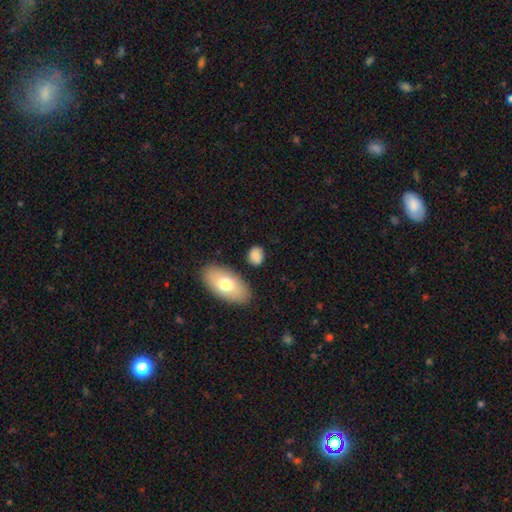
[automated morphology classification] Smooth or featured? smooth (83%)
How rounded? in between (61%)
Merging? none (78%)